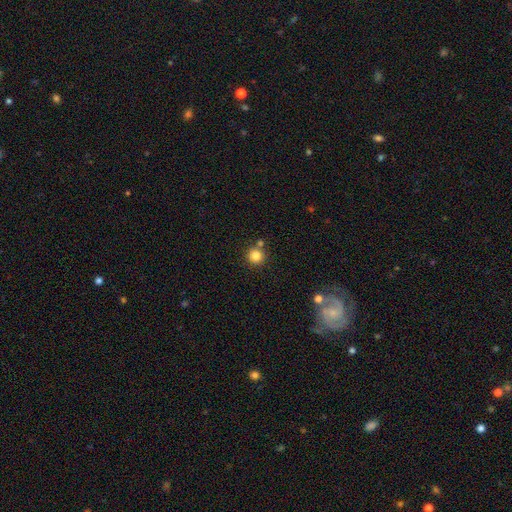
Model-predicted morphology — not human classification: The model was most divided on "merging": none: 77%, merger: 13%, minor disturbance: 7%, major disturbance: 2%. More confident: how rounded — round (95%); smooth or featured — smooth (83%).